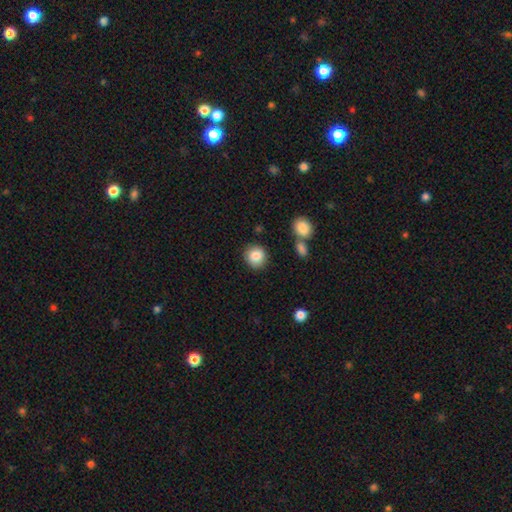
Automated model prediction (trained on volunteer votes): The model was most divided on "how rounded": round: 87%, in between: 12%, cigar-shaped: 1%. More confident: smooth or featured — smooth (86%); merging — none (85%).